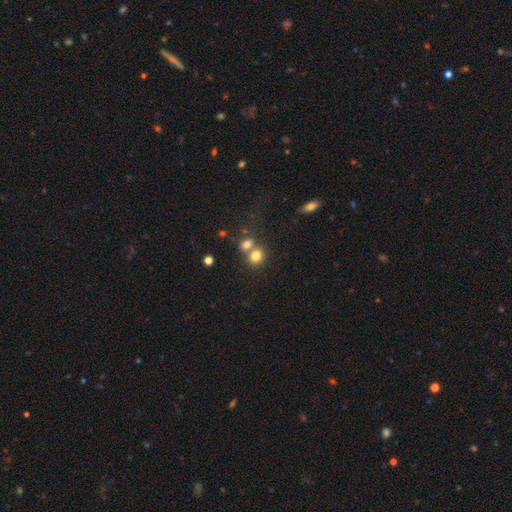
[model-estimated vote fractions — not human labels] smooth 78%, star or artifact 12%, featured or disk 10%. Down the decision tree: how rounded — round (64%); merging — merger (48%).